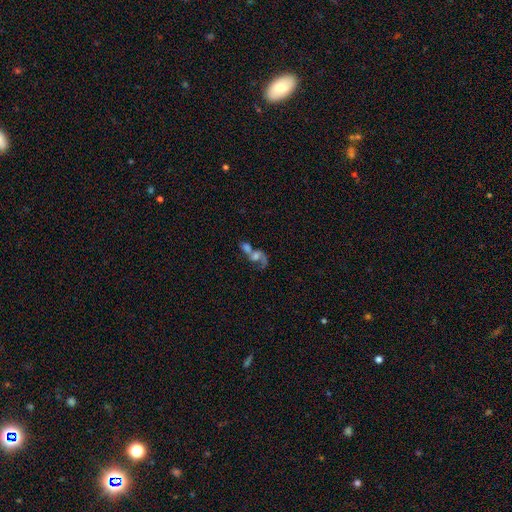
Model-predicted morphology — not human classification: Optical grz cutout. It shows a featured or disk galaxy (54%) with no bar (71%), spiral arms (71%) and a moderate central bulge (35%). Merging: merger (70%).